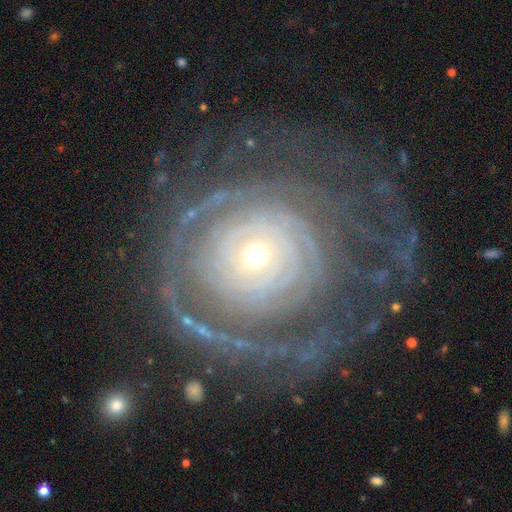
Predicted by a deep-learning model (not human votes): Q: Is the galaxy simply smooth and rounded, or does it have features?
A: featured or disk — 84%.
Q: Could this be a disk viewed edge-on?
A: no — 96%.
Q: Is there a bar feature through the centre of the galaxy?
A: no — 82%.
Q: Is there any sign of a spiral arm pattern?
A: yes — 87%.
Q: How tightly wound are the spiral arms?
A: tight — 80%.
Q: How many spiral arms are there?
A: can't tell — 41%.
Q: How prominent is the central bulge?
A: small — 70%.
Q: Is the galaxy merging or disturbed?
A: none — 66%.